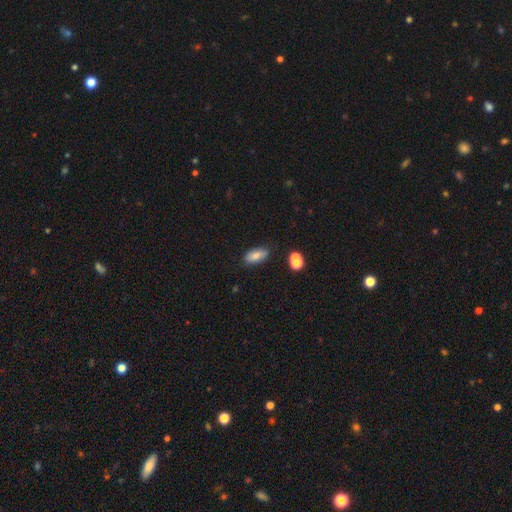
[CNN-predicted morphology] A smooth galaxy with no disk features (76%) that is in between round and cigar-shaped (87%). Merging: none (81%).